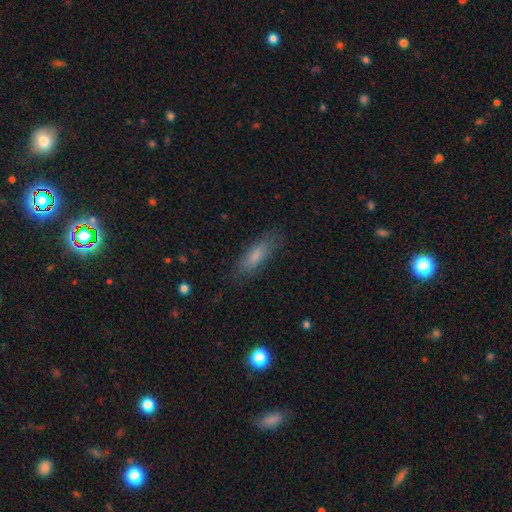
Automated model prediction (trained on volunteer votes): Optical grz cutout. It shows a smooth galaxy with no disk features (75%) that is in between round and cigar-shaped (55%). Merging: none (78%).